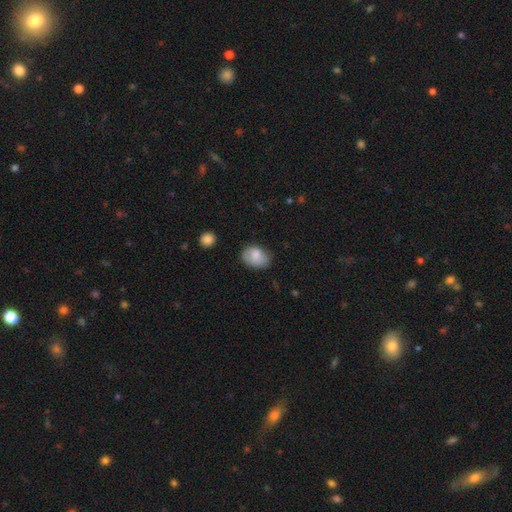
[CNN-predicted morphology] type=smooth (81%); roundness=in between (78%); merging=none (65%).